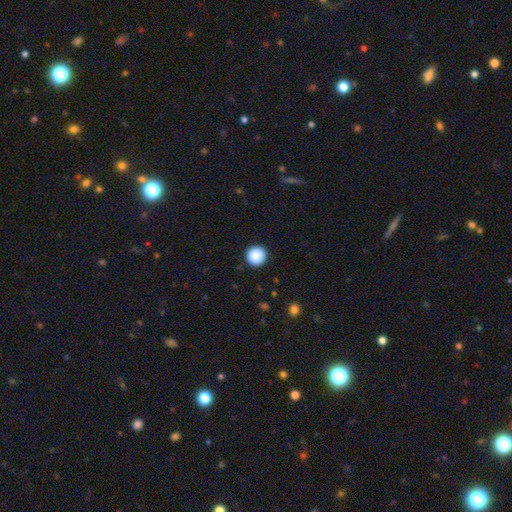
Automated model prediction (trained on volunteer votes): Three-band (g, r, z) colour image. It shows a smooth galaxy with no disk features (89%) that is round (96%). Merging: none (93%).